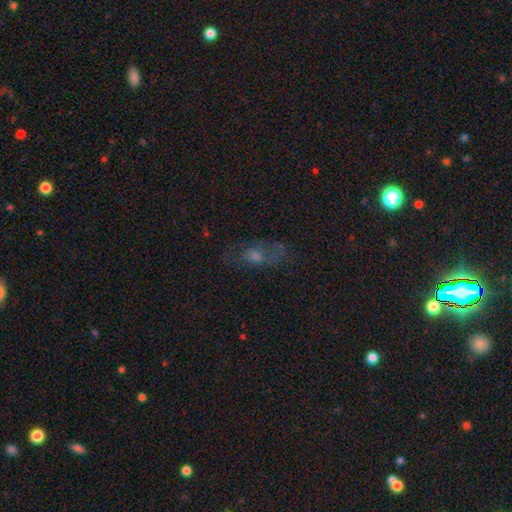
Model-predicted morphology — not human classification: Smooth or featured: featured or disk — 41% (smooth — 36%)
Merging: none — 61% (minor disturbance — 21%)